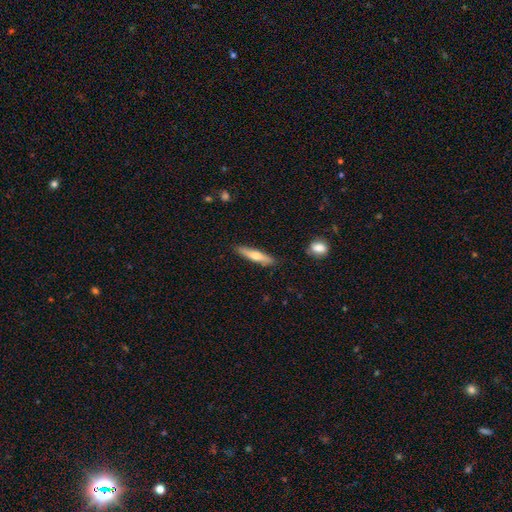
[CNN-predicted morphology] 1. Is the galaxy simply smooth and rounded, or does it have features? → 62% smooth, 32% featured or disk, 6% star or artifact.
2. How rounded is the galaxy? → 83% cigar-shaped, 15% in between, 2% round.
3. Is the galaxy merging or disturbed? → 86% none, 10% minor disturbance, 2% major disturbance, 2% merger.